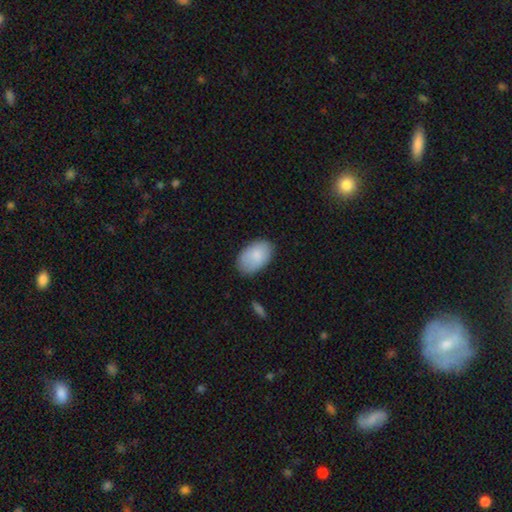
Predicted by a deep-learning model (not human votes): Smooth or featured?
  - smooth: 86% *
  - featured or disk: 8%
  - star or artifact: 6%
How rounded?
  - in between: 91% *
  - round: 8%
  - cigar-shaped: 1%
Merging?
  - none: 80% *
  - minor disturbance: 15%
  - major disturbance: 3%
  - merger: 1%